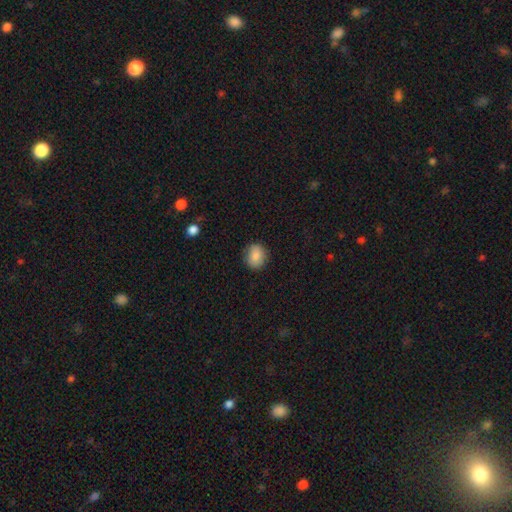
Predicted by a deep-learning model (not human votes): Smooth or featured?
  - smooth: 85% *
  - star or artifact: 8%
  - featured or disk: 6%
How rounded?
  - round: 70% *
  - in between: 29%
  - cigar-shaped: 1%
Merging?
  - none: 87% *
  - minor disturbance: 10%
  - major disturbance: 2%
  - merger: 1%